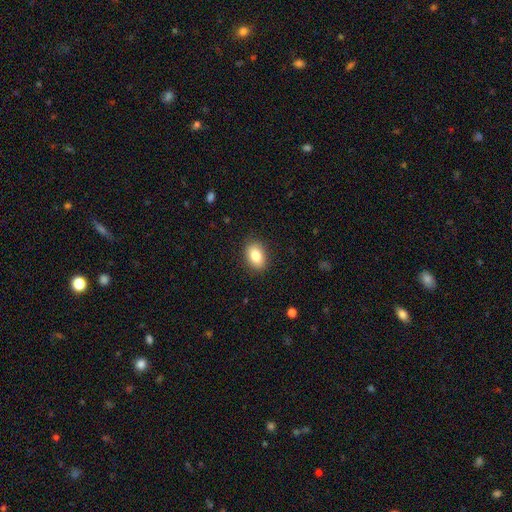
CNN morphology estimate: Smooth or featured? Predicted: smooth (p=0.83). How rounded? Predicted: in between (p=0.81). Merging? Predicted: none (p=0.88).